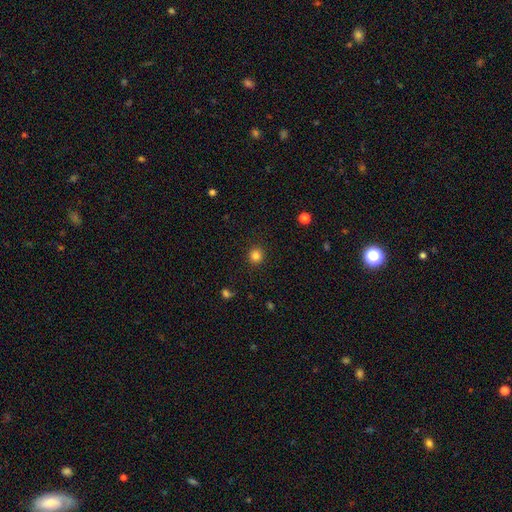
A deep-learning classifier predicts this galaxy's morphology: Overall: smooth (84%). How rounded: round (92%). Merging: none (91%).